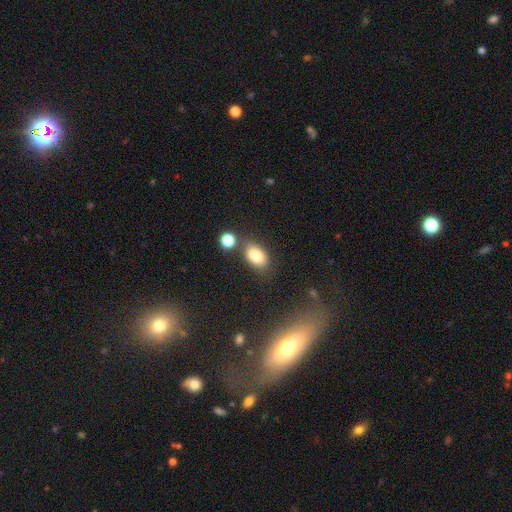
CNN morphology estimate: smooth 82%, star or artifact 10%, featured or disk 8%. Down the decision tree: how rounded — in between (86%); merging — none (67%).